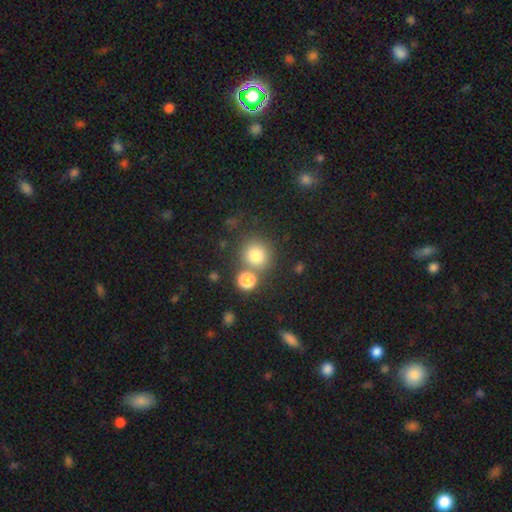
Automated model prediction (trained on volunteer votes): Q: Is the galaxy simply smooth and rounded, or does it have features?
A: smooth — 77%.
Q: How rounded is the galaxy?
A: round — 90%.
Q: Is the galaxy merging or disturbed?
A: none — 70%.